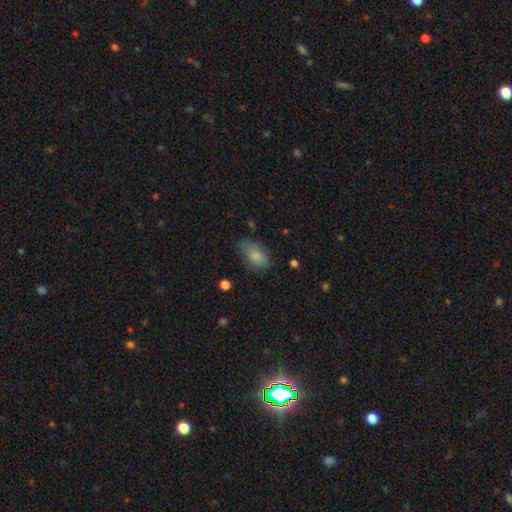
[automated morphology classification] Smooth or featured? Predicted: smooth (p=0.82). How rounded? Predicted: in between (p=0.91). Merging? Predicted: none (p=0.61).